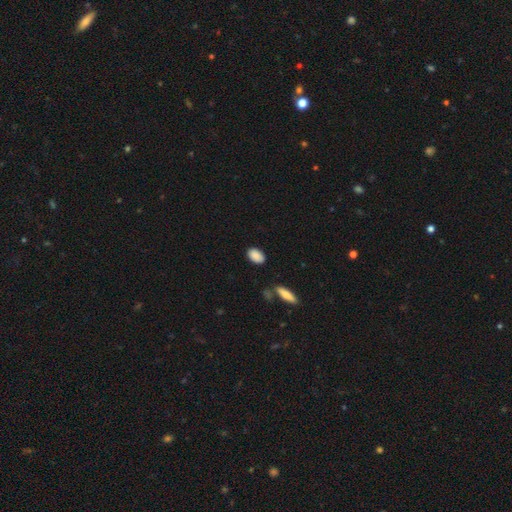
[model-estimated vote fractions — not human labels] Morphology: type=smooth (88%); roundness=in between (90%); merging=none (83%).